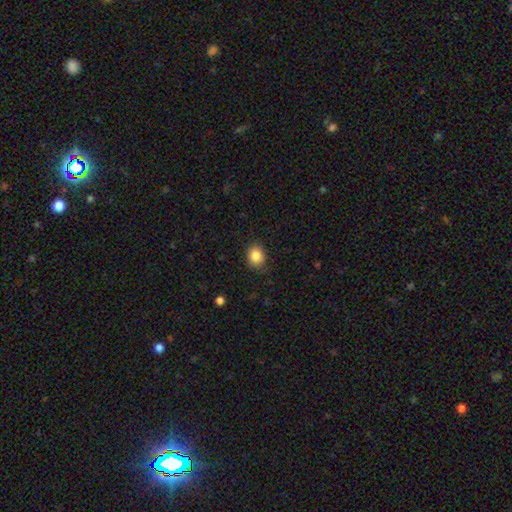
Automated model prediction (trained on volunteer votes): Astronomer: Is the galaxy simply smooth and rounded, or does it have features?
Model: smooth — 84%.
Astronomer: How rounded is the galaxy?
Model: round — 61% (runner-up: in between, 39%).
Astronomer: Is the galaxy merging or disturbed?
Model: none — 84%.